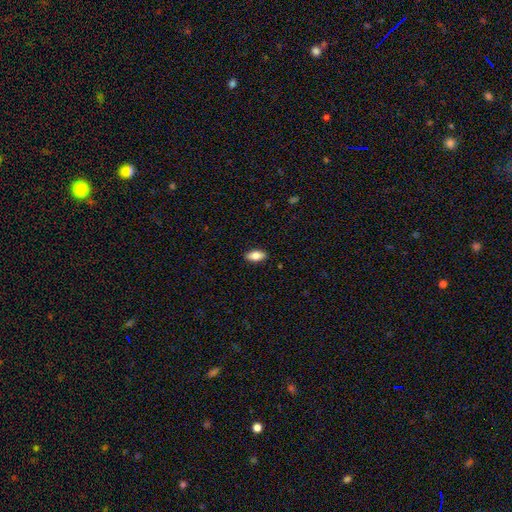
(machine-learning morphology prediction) This appears to be a smooth galaxy with no disk features (81%) that is in between round and cigar-shaped (89%). Merging: none (89%).